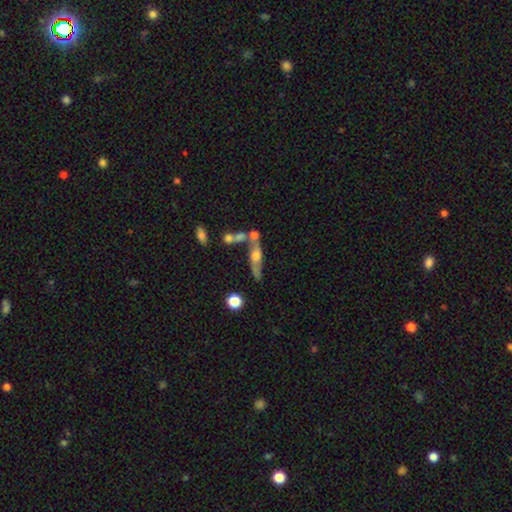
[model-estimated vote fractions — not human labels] smooth-or-featured: featured or disk: 60% | smooth: 30% | star or artifact: 10%
  disk-edge-on: yes: 66% | no: 34%
  merging: none: 46% | merger: 27% | minor disturbance: 17% | major disturbance: 10%